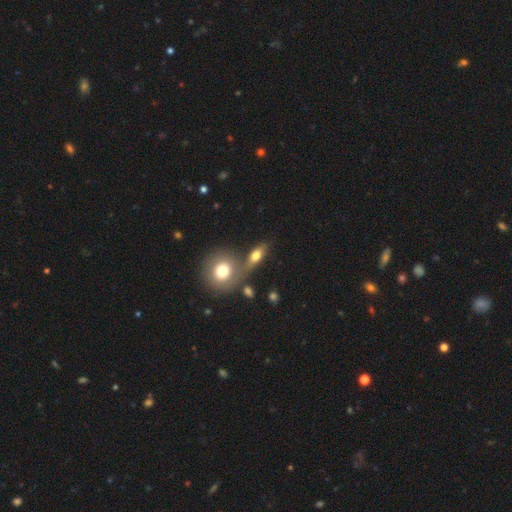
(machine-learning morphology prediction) smooth 69%, featured or disk 21%, star or artifact 9%. Down the decision tree: how rounded — in between (65%); merging — none (46%).